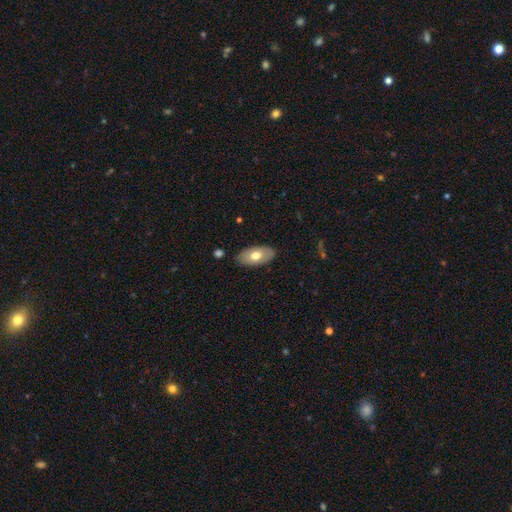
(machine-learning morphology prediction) smooth_or_featured: smooth (p=0.64) [alt: featured or disk p=0.31]
how_rounded: in between (p=0.94) [alt: round p=0.03]
merging: none (p=0.86) [alt: minor disturbance p=0.11]